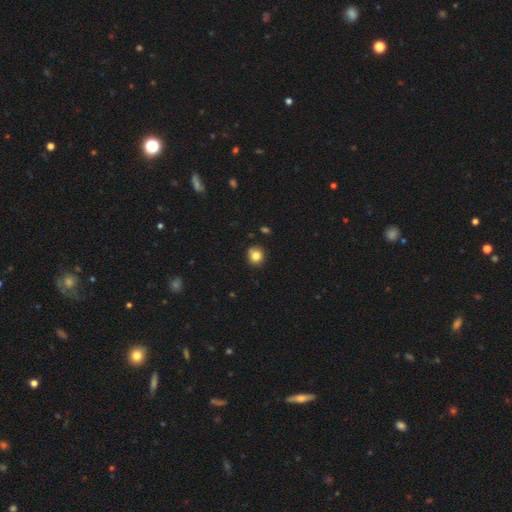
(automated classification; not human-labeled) Smooth or featured: smooth — 82% (star or artifact — 11%)
How rounded: round — 89% (in between — 10%)
Merging: none — 88% (minor disturbance — 9%)